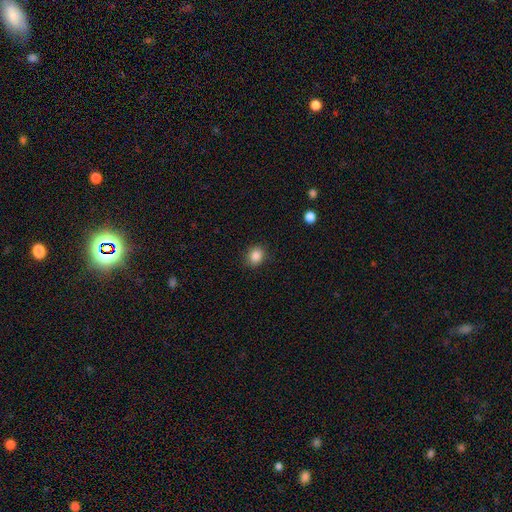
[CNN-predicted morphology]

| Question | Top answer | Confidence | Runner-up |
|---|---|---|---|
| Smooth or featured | smooth | 86% | star or artifact (10%) |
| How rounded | round | 69% | in between (30%) |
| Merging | none | 87% | minor disturbance (10%) |